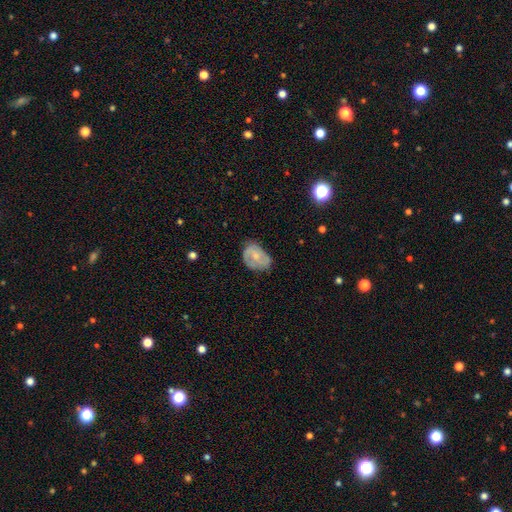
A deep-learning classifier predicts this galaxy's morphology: smooth_or_featured: featured or disk (p=0.47) [alt: smooth p=0.46]
merging: none (p=0.52) [alt: minor disturbance p=0.33]